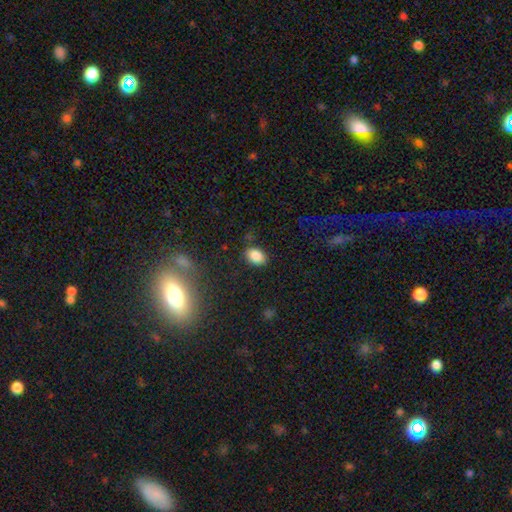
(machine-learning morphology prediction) A smooth galaxy with no disk features (85%) that is in between round and cigar-shaped (82%). Merging: none (82%).